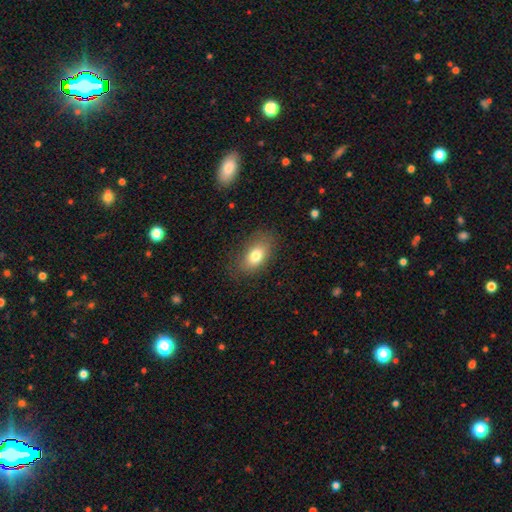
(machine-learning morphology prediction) smooth 77%, featured or disk 14%, star or artifact 9%. Down the decision tree: how rounded — in between (87%); merging — none (78%).